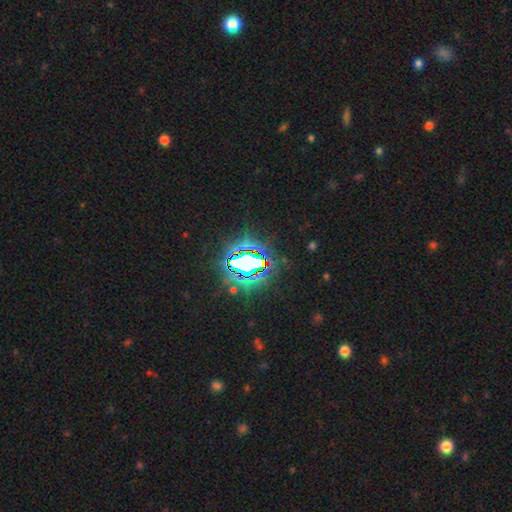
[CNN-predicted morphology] Smooth or featured?
  - star or artifact: 77% *
  - smooth: 13%
  - featured or disk: 10%